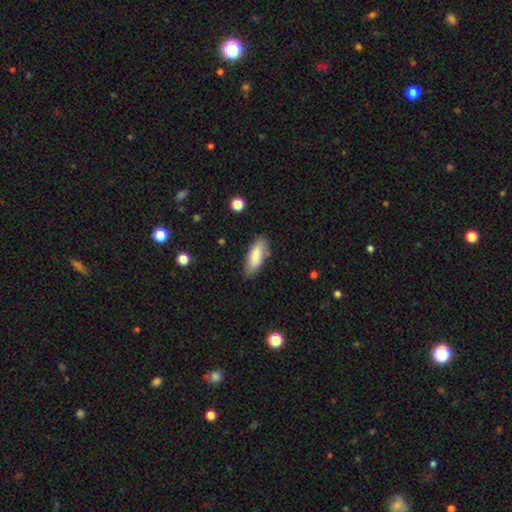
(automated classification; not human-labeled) Smooth or featured? smooth (84%)
How rounded? in between (70%)
Merging? none (79%)